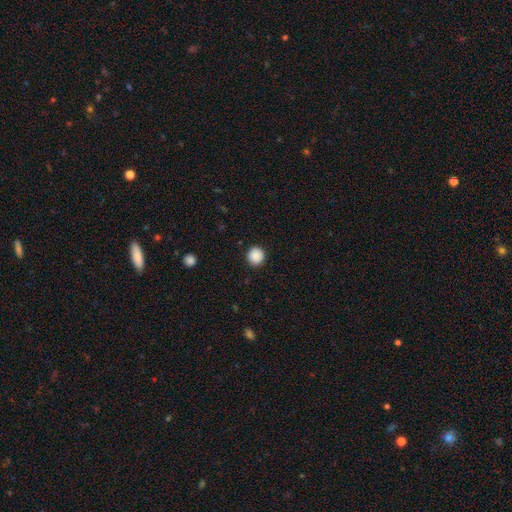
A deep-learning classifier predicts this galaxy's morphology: Q: Smooth or featured?
A: smooth (89%); runner-up: star or artifact (9%)
Q: How rounded?
A: round (94%); runner-up: in between (5%)
Q: Merging?
A: none (92%); runner-up: minor disturbance (5%)